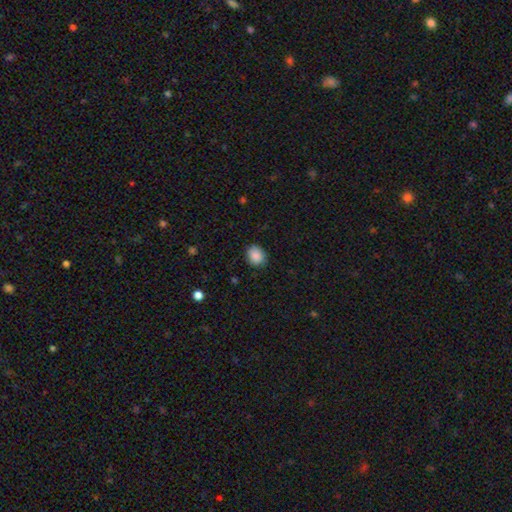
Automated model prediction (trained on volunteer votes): smooth-or-featured: smooth: 88% | star or artifact: 8% | featured or disk: 4%
  how-rounded: round: 60% | in between: 40% | cigar-shaped: 1%
  merging: none: 85% | minor disturbance: 12% | major disturbance: 2% | merger: 1%